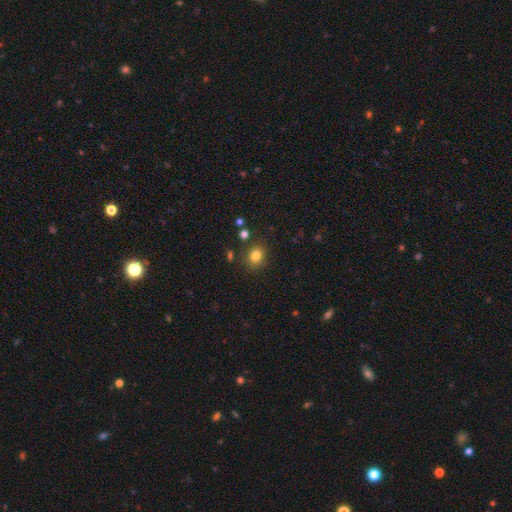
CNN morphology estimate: Smooth or featured: smooth — 81% (star or artifact — 13%)
How rounded: round — 68% (in between — 31%)
Merging: none — 85% (minor disturbance — 9%)